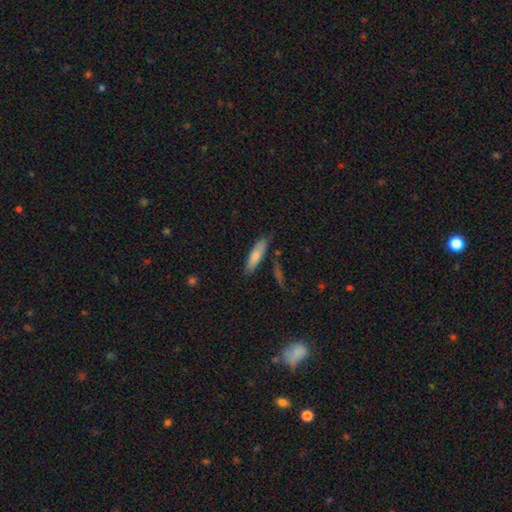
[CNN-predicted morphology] Smooth or featured? smooth (79%)
How rounded? cigar-shaped (65%)
Merging? none (80%)